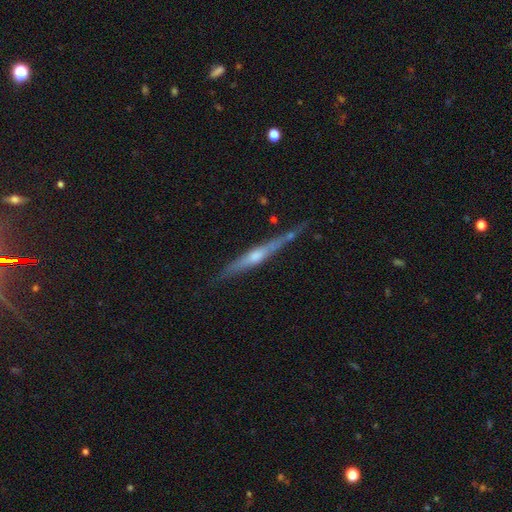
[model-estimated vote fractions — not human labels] A featured or disk galaxy (73%) viewed edge-on (97%) with a rounded central bulge (75%).

Vote fractions:
- Smooth or featured? featured or disk: 73% / smooth: 20% / star or artifact: 6%
- Edge-on disk? yes: 97% / no: 3%
- Edge-on bulge? rounded: 75% / none: 16% / boxy: 9%
- Merging? none: 79% / minor disturbance: 15% / merger: 3% / major disturbance: 3%